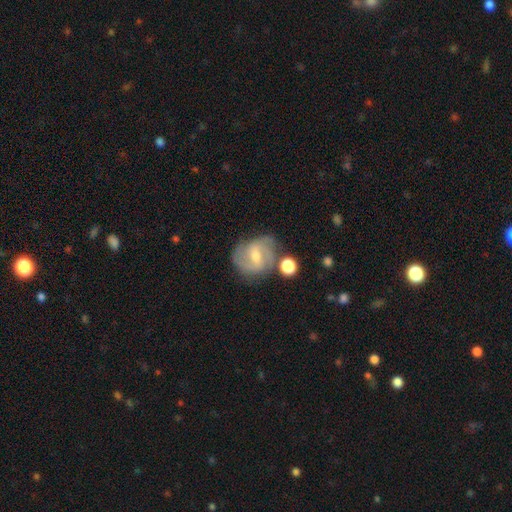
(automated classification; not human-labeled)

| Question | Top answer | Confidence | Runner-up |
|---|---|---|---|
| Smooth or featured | featured or disk | 74% | smooth (18%) |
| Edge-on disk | no | 97% | yes (3%) |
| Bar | weak | 55% | strong (27%) |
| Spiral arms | yes | 91% | no (9%) |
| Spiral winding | medium | 49% | tight (27%) |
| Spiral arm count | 2 | 67% | can't tell (14%) |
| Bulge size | moderate | 48% | small (45%) |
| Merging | none | 66% | minor disturbance (18%) |